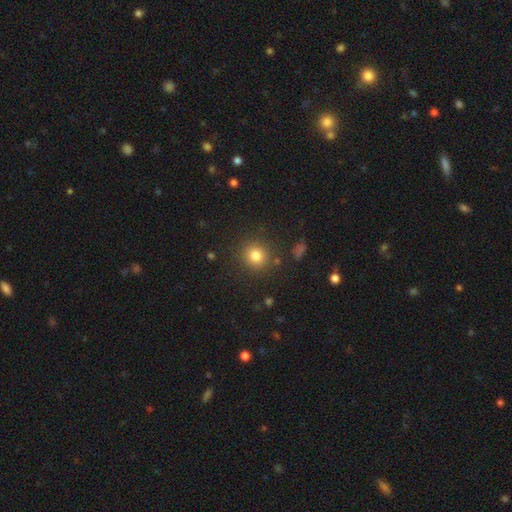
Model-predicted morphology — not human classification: Smooth or featured? Predicted: smooth (p=0.81). How rounded? Predicted: round (p=0.91). Merging? Predicted: none (p=0.87).